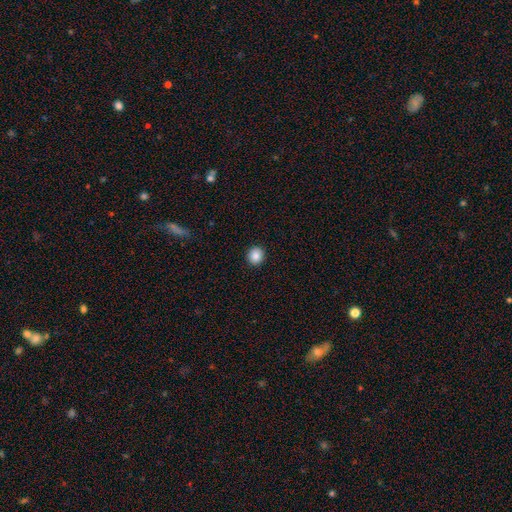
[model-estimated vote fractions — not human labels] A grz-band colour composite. It shows a smooth galaxy with no disk features (86%) that is round (88%). Merging: none (92%).